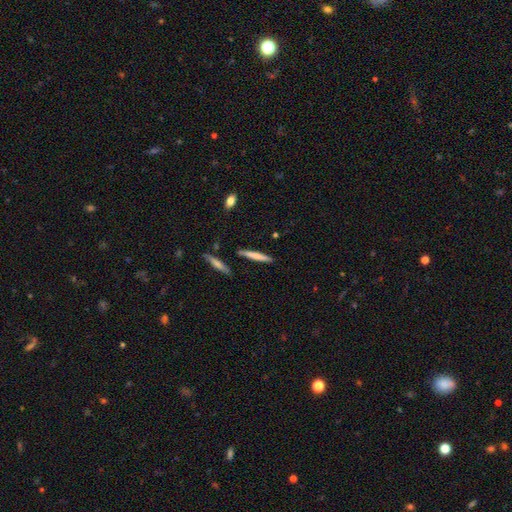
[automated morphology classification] Q: Smooth or featured?
A: smooth (64%); runner-up: featured or disk (30%)
Q: How rounded?
A: cigar-shaped (93%); runner-up: in between (6%)
Q: Merging?
A: none (84%); runner-up: minor disturbance (10%)